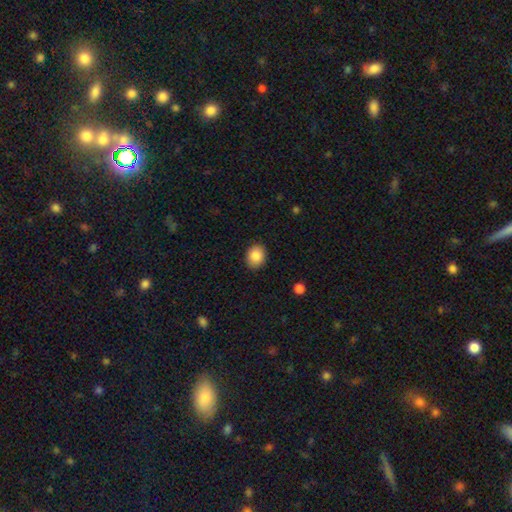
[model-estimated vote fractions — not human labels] This appears to be a smooth galaxy with no disk features (86%) that is round (50%). Merging: none (89%).